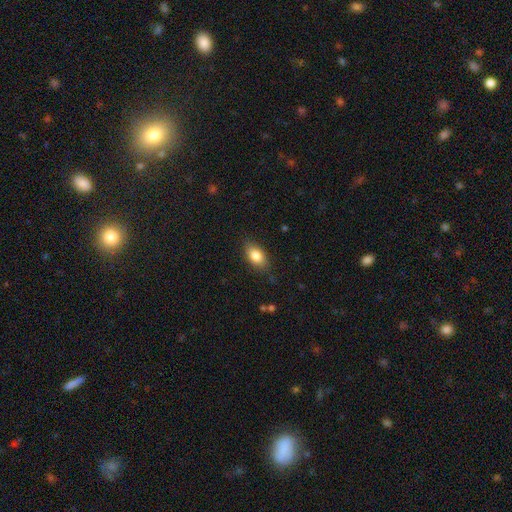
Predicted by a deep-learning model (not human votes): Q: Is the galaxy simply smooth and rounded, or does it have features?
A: smooth — 83%.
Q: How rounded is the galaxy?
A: in between — 88%.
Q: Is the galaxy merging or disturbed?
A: none — 83%.